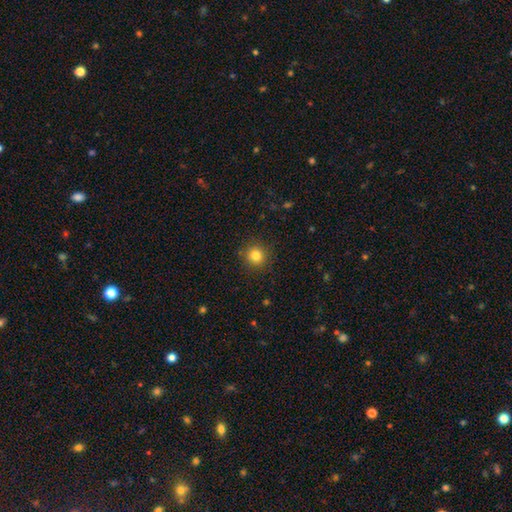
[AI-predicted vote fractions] smooth_or_featured: smooth (p=0.82) [alt: star or artifact p=0.13]
how_rounded: round (p=0.94) [alt: in between p=0.05]
merging: none (p=0.90) [alt: minor disturbance p=0.06]